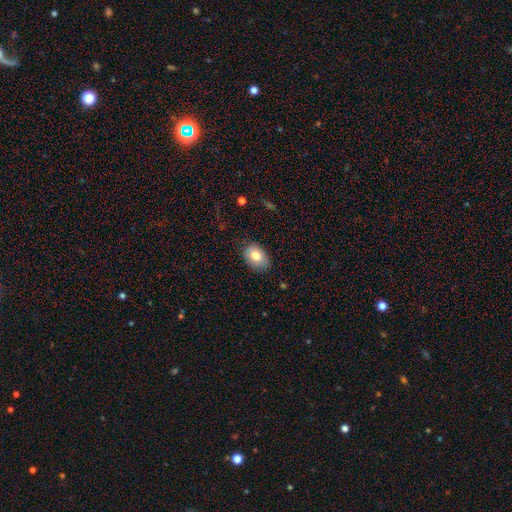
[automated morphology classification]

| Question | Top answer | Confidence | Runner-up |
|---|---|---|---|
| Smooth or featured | smooth | 80% | featured or disk (12%) |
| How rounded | in between | 79% | round (20%) |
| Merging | none | 81% | minor disturbance (15%) |